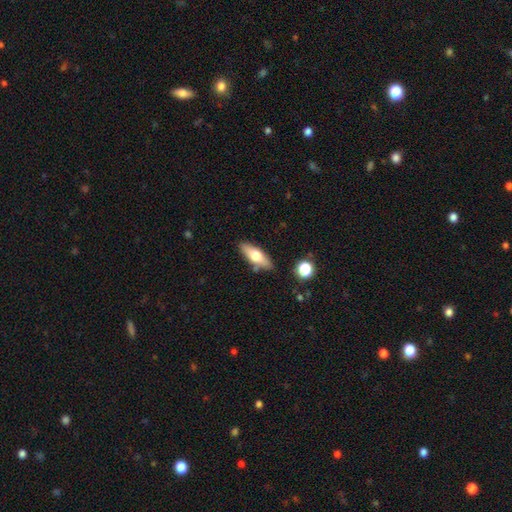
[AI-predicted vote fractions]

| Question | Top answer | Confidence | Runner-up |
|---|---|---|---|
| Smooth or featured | smooth | 62% | featured or disk (31%) |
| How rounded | in between | 61% | cigar-shaped (36%) |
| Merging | none | 80% | minor disturbance (13%) |